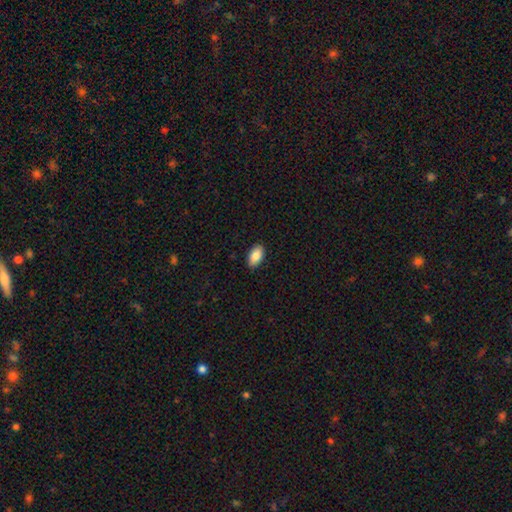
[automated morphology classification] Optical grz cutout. It shows a smooth galaxy with no disk features (87%) that is in between round and cigar-shaped (94%). Merging: none (89%).